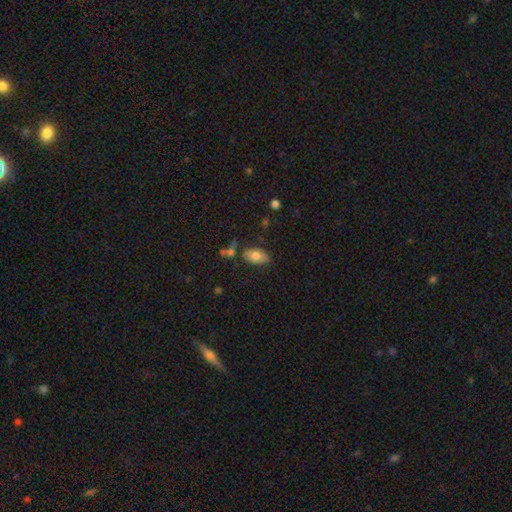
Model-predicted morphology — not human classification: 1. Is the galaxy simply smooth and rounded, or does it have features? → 77% smooth, 15% featured or disk, 8% star or artifact.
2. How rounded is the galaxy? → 93% in between, 6% round, 2% cigar-shaped.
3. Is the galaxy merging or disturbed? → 72% none, 17% minor disturbance, 7% merger, 4% major disturbance.